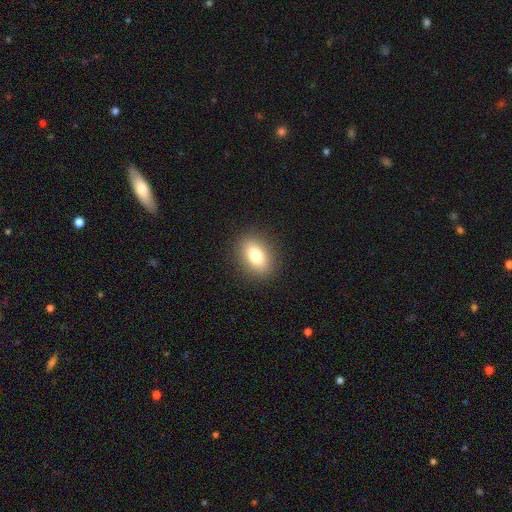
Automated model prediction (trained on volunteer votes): Smooth or featured? Predicted: smooth (p=0.79). How rounded? Predicted: in between (p=0.80). Merging? Predicted: none (p=0.89).